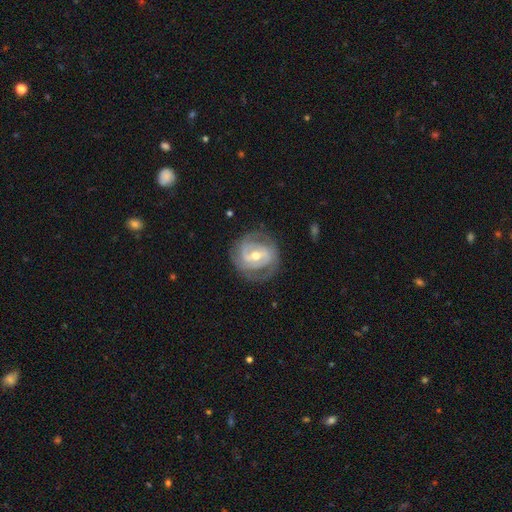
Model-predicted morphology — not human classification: Smooth or featured?
  - featured or disk: 85% *
  - smooth: 11%
  - star or artifact: 4%
Edge-on disk?
  - no: 97% *
  - yes: 3%
Bar?
  - weak: 44% *
  - strong: 32%
  - no: 23%
Spiral arms?
  - yes: 91% *
  - no: 9%
Spiral winding?
  - tight: 59% *
  - medium: 32%
  - loose: 9%
Spiral arm count?
  - 2: 61% *
  - can't tell: 17%
  - 3: 12%
  - 1: 4%
  - 4: 3%
  - more than 4: 2%
Bulge size?
  - moderate: 68% *
  - small: 28%
  - large: 3%
  - none: 1%
  - dominant: 1%
Merging?
  - none: 77% *
  - minor disturbance: 15%
  - major disturbance: 7%
  - merger: 1%